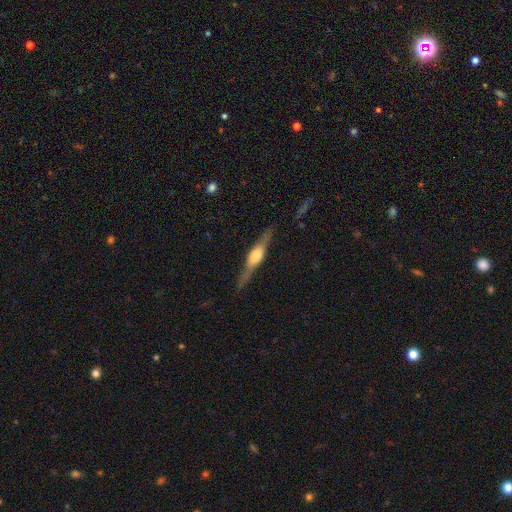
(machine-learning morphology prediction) Smooth or featured: featured or disk — 72% (smooth — 23%)
Edge-on disk: yes — 96% (no — 4%)
Edge-on bulge: rounded — 83% (boxy — 14%)
Merging: none — 85% (minor disturbance — 11%)